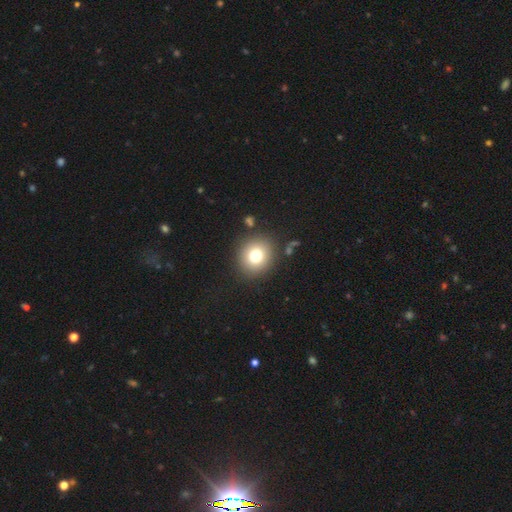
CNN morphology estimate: Smooth or featured?
  - smooth: 76% *
  - star or artifact: 12%
  - featured or disk: 12%
How rounded?
  - round: 82% *
  - in between: 17%
  - cigar-shaped: 1%
Merging?
  - none: 87% *
  - minor disturbance: 7%
  - major disturbance: 3%
  - merger: 3%